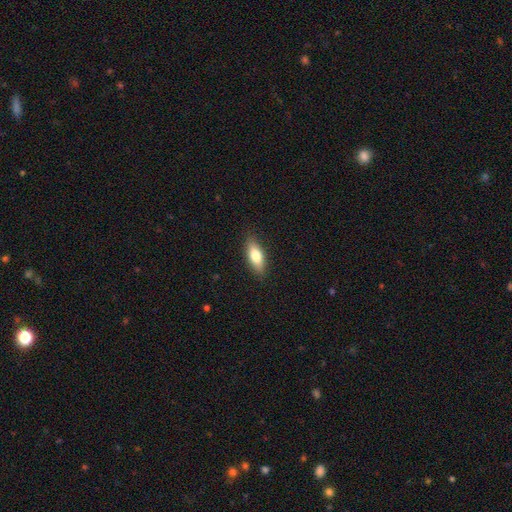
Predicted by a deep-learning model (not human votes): Smooth or featured? smooth (74%)
How rounded? in between (72%)
Merging? none (87%)